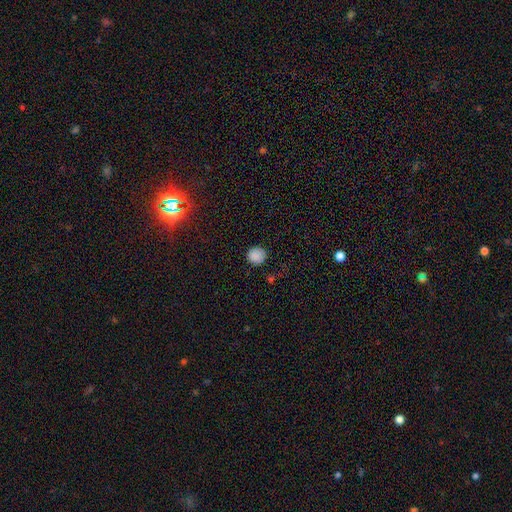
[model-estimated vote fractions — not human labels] Q: Smooth or featured?
A: smooth (87%); runner-up: star or artifact (10%)
Q: How rounded?
A: round (92%); runner-up: in between (7%)
Q: Merging?
A: none (86%); runner-up: minor disturbance (10%)